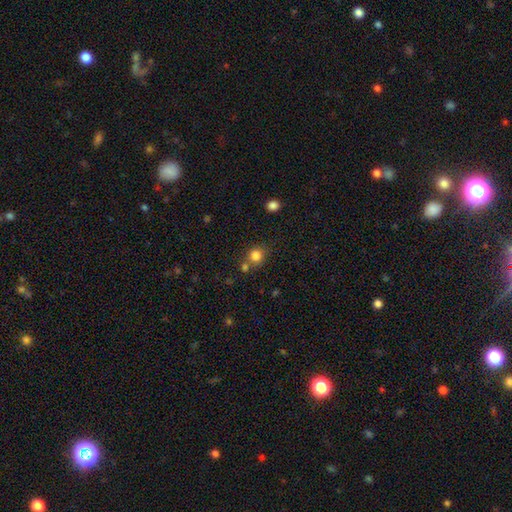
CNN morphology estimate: Smooth or featured?
  - smooth: 82% *
  - star or artifact: 12%
  - featured or disk: 6%
How rounded?
  - round: 85% *
  - in between: 14%
  - cigar-shaped: 1%
Merging?
  - none: 67% *
  - merger: 19%
  - minor disturbance: 11%
  - major disturbance: 4%